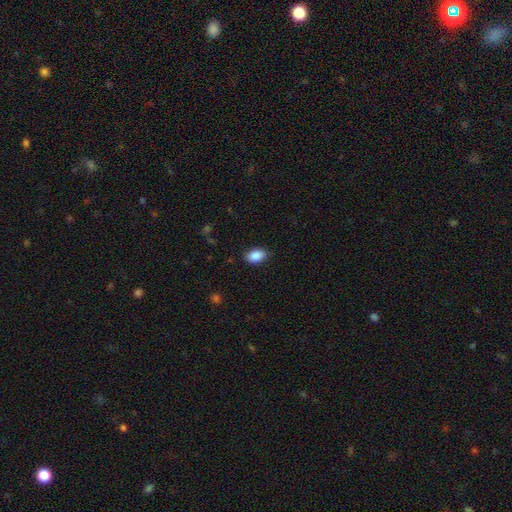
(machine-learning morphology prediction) Smooth or featured?
  - smooth: 89% *
  - star or artifact: 7%
  - featured or disk: 3%
How rounded?
  - in between: 89% *
  - round: 10%
  - cigar-shaped: 1%
Merging?
  - none: 84% *
  - minor disturbance: 12%
  - major disturbance: 3%
  - merger: 1%